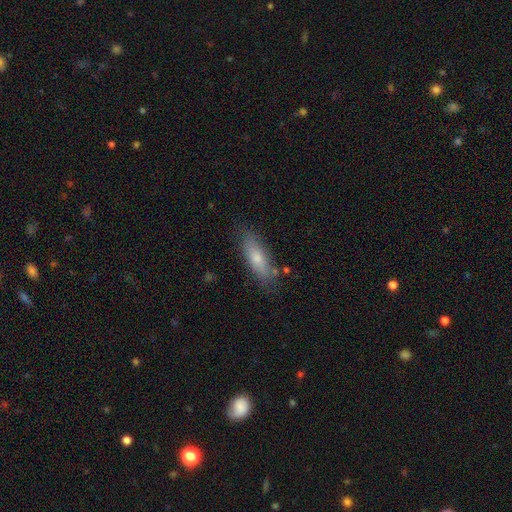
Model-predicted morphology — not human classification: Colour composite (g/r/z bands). It shows a smooth galaxy with no disk features (68%) that is in between round and cigar-shaped (50%). Merging: none (80%).